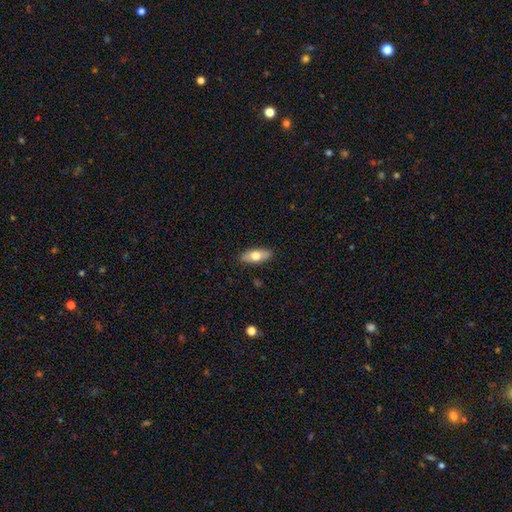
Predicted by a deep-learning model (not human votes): Q: Smooth or featured?
A: smooth (69%); runner-up: featured or disk (25%)
Q: How rounded?
A: in between (78%); runner-up: cigar-shaped (19%)
Q: Merging?
A: none (88%); runner-up: minor disturbance (9%)